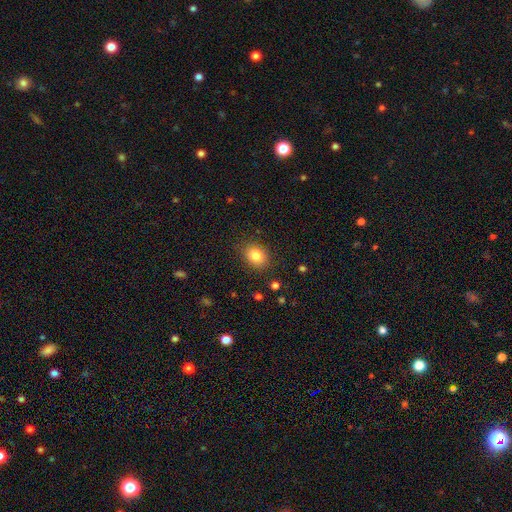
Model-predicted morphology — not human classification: Smooth or featured: smooth — 83% (star or artifact — 10%)
How rounded: in between — 54% (round — 45%)
Merging: none — 87% (minor disturbance — 9%)